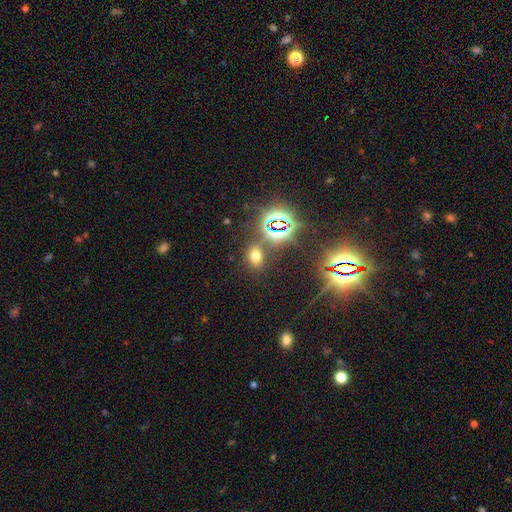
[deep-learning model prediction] Q: Smooth or featured?
A: smooth (53%); runner-up: star or artifact (38%)
Q: How rounded?
A: in between (72%); runner-up: round (26%)
Q: Merging?
A: none (76%); runner-up: minor disturbance (10%)